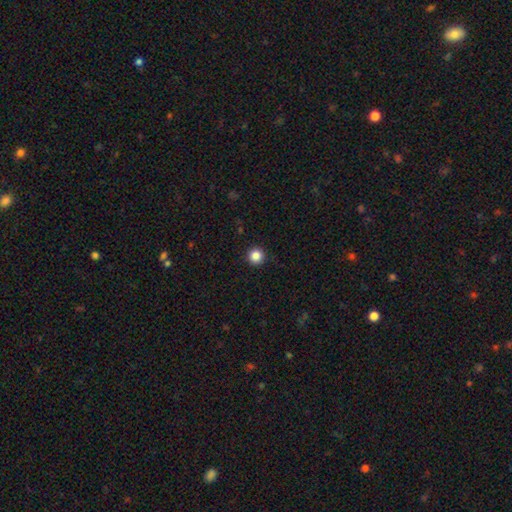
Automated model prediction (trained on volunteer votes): Smooth or featured: smooth — 86% (star or artifact — 11%)
How rounded: round — 96% (in between — 3%)
Merging: none — 93% (minor disturbance — 4%)